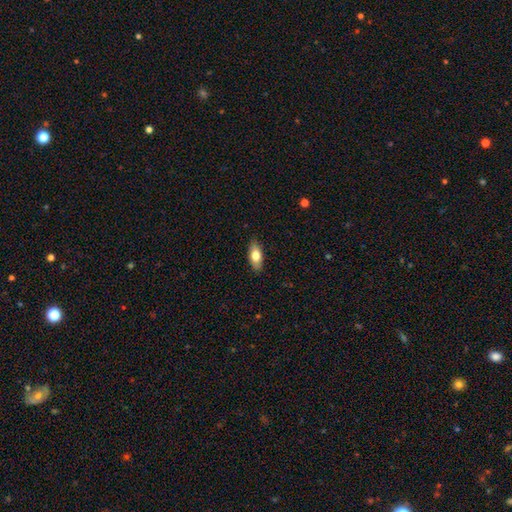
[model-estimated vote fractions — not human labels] Smooth or featured: smooth — 74% (featured or disk — 20%)
How rounded: in between — 82% (cigar-shaped — 14%)
Merging: none — 86% (minor disturbance — 11%)